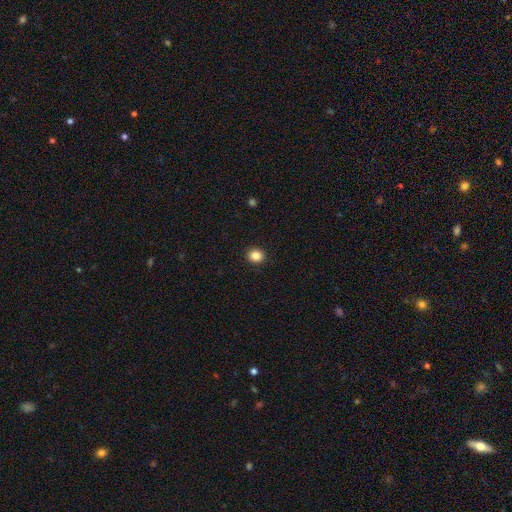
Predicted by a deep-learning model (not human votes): This appears to be a smooth galaxy with no disk features (85%) that is round (80%). Merging: none (92%).